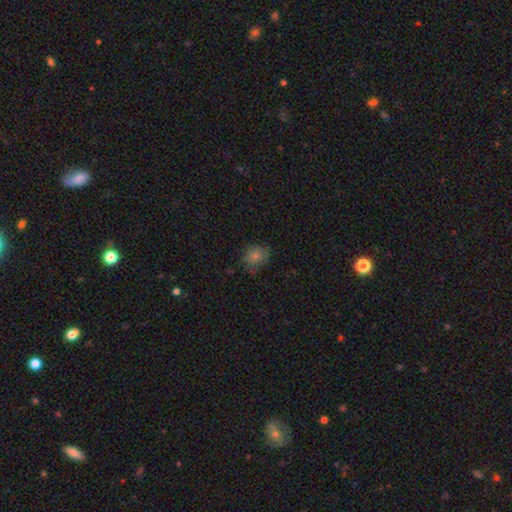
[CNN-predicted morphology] This appears to be a smooth galaxy with no disk features (71%) that is round (72%). Merging: none (71%).